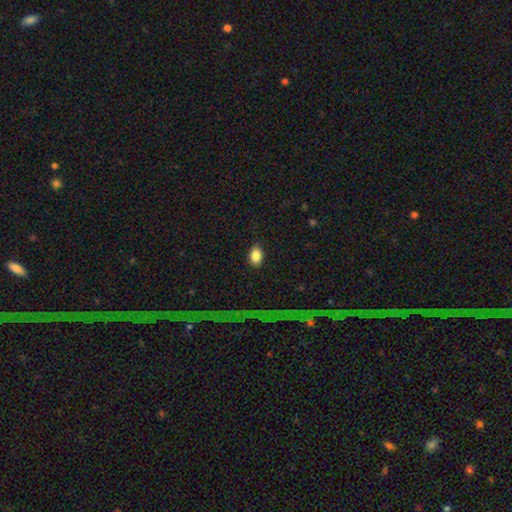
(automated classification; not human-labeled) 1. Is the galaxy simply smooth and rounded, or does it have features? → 85% smooth, 9% star or artifact, 7% featured or disk.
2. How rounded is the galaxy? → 84% in between, 14% round, 2% cigar-shaped.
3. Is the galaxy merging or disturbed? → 86% none, 10% minor disturbance, 2% major disturbance, 1% merger.